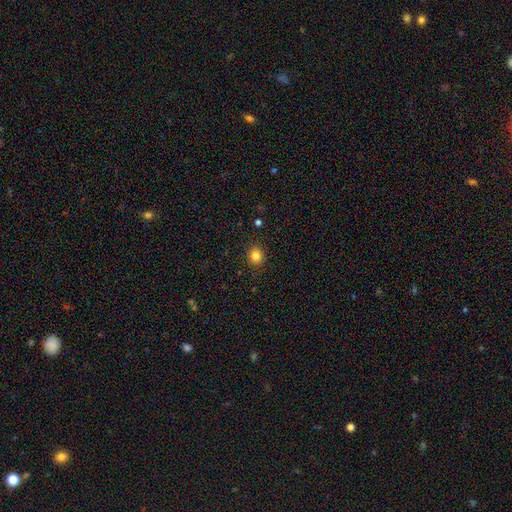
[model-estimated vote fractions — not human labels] A smooth galaxy with no disk features (83%) that is round (75%). Merging: none (89%).